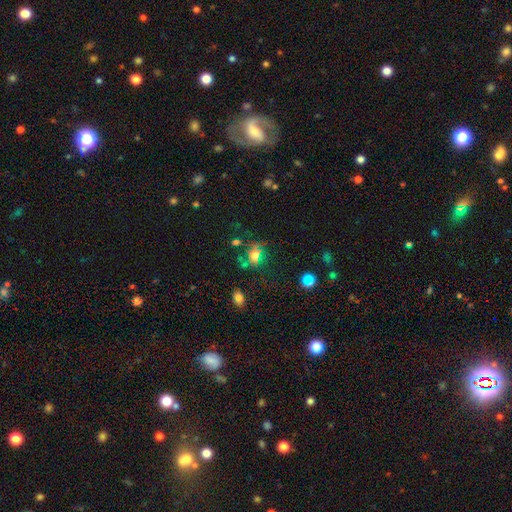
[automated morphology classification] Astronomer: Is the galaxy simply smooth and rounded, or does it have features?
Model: smooth — 52% (runner-up: star or artifact, 28%).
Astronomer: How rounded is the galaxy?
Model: in between — 56% (runner-up: round, 41%).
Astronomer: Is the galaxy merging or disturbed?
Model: none — 47%.